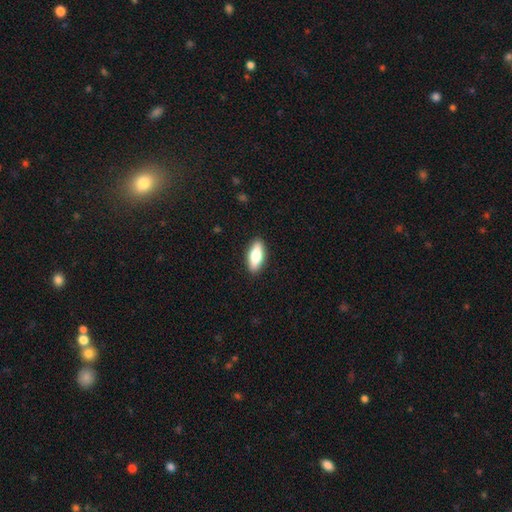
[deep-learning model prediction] Q: Smooth or featured?
A: smooth (72%); runner-up: featured or disk (22%)
Q: How rounded?
A: in between (73%); runner-up: cigar-shaped (25%)
Q: Merging?
A: none (90%); runner-up: minor disturbance (8%)